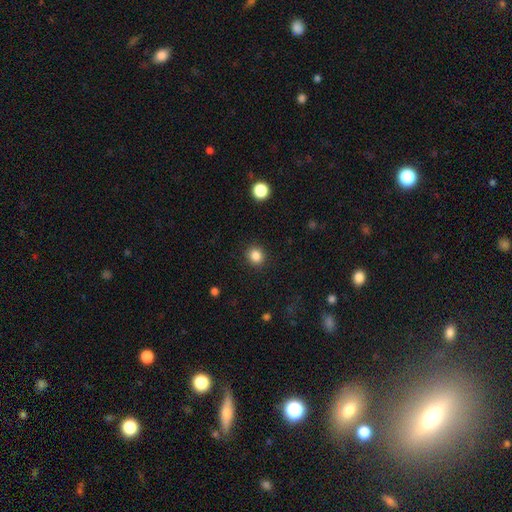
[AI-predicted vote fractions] Smooth or featured? smooth (85%)
How rounded? round (84%)
Merging? none (91%)